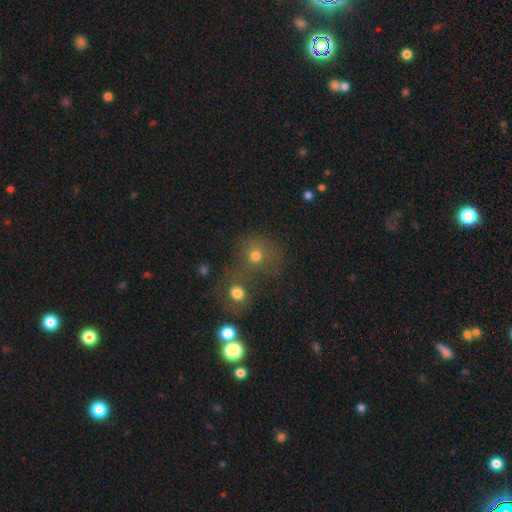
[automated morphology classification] Smooth or featured? Predicted: smooth (p=0.71). How rounded? Predicted: round (p=0.85). Merging? Predicted: none (p=0.44).